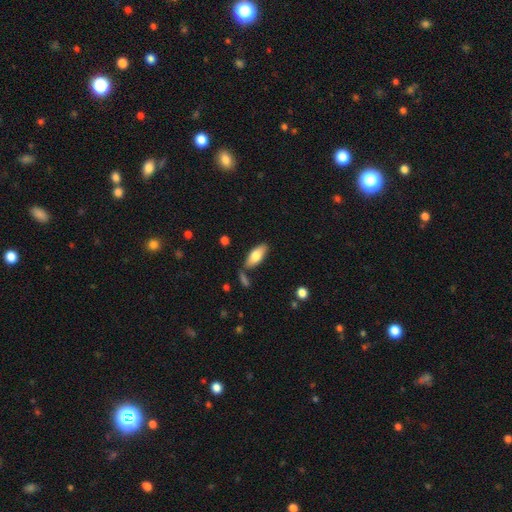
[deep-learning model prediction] Smooth or featured: smooth — 76% (featured or disk — 18%)
How rounded: in between — 82% (cigar-shaped — 16%)
Merging: none — 77% (minor disturbance — 14%)